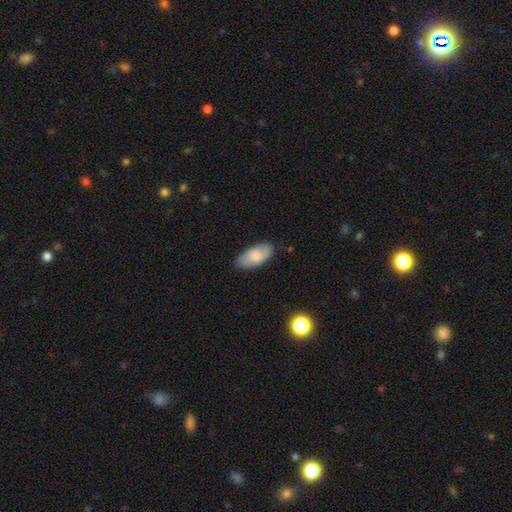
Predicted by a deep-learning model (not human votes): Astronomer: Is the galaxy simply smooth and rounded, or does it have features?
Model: smooth — 78%.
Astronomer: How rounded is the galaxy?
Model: in between — 92%.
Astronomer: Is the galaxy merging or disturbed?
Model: none — 77%.